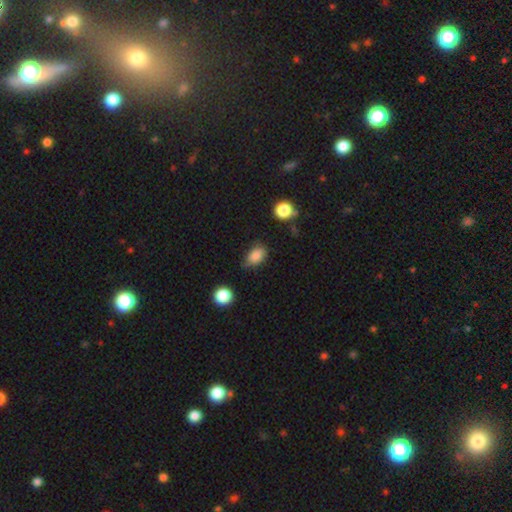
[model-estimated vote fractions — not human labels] A smooth galaxy with no disk features (85%) that is in between round and cigar-shaped (80%).

Vote fractions:
- Smooth or featured? smooth: 85% / star or artifact: 10% / featured or disk: 6%
- How rounded? in between: 80% / round: 18% / cigar-shaped: 2%
- Merging? none: 61% / minor disturbance: 30% / major disturbance: 6% / merger: 3%